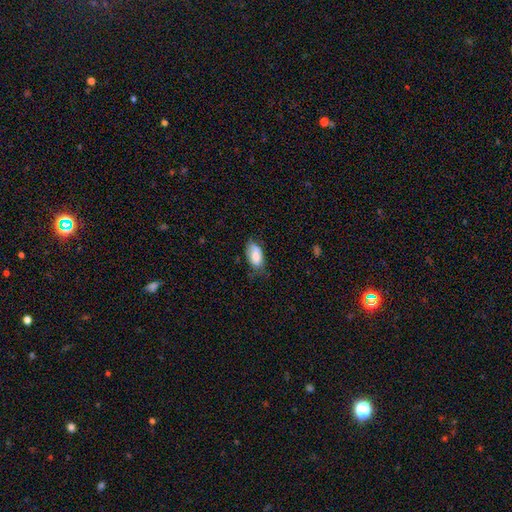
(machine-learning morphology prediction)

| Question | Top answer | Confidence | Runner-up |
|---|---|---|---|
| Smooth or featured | smooth | 76% | featured or disk (17%) |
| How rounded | in between | 93% | cigar-shaped (4%) |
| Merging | none | 56% | minor disturbance (33%) |